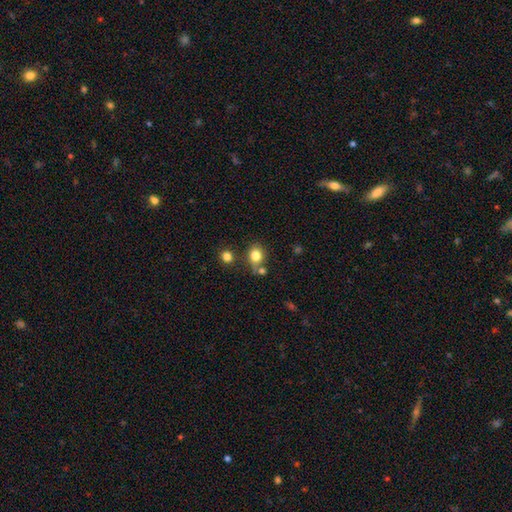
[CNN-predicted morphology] smooth_or_featured: smooth (p=0.80) [alt: star or artifact p=0.12]
how_rounded: round (p=0.64) [alt: in between p=0.35]
merging: none (p=0.63) [alt: merger p=0.17]